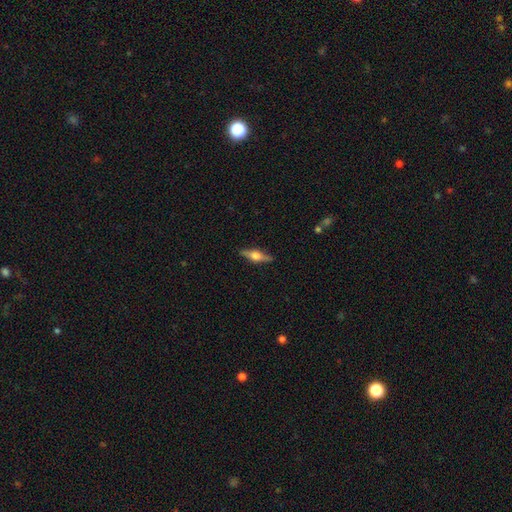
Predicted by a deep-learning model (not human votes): Overall: featured or disk (68%). Edge-on disk: yes (96%). Edge-on bulge: rounded (92%). Merging: none (88%).